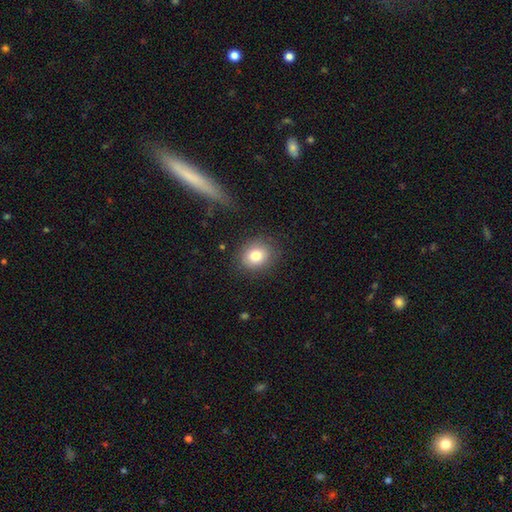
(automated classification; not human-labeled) Morphology: type=smooth (80%); roundness=round (69%); merging=none (84%).